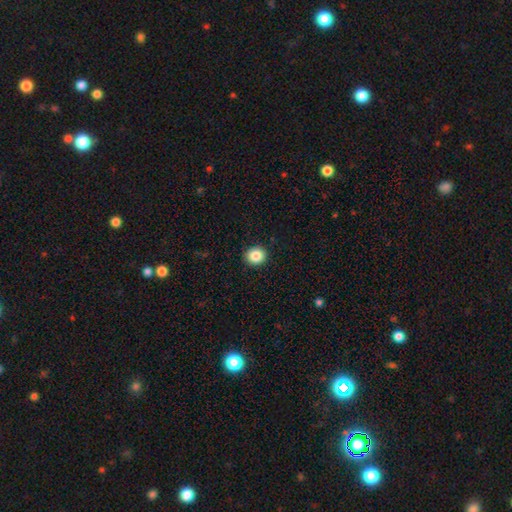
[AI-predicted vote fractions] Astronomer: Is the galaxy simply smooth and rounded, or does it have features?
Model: smooth — 86%.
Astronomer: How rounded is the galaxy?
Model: round — 86%.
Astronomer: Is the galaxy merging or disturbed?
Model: none — 91%.